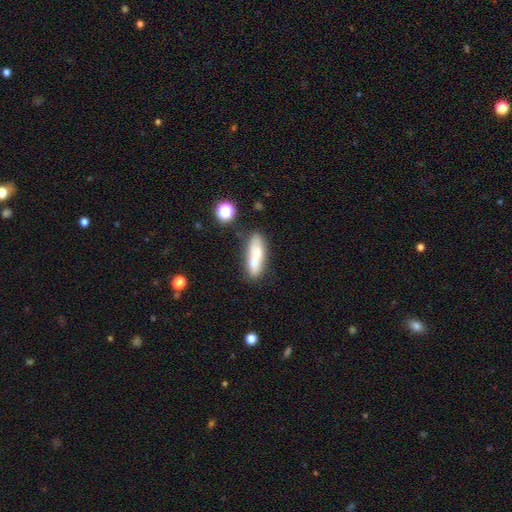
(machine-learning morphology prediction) This appears to be a smooth galaxy with no disk features (63%) that is cigar-shaped (51%). Merging: none (61%).